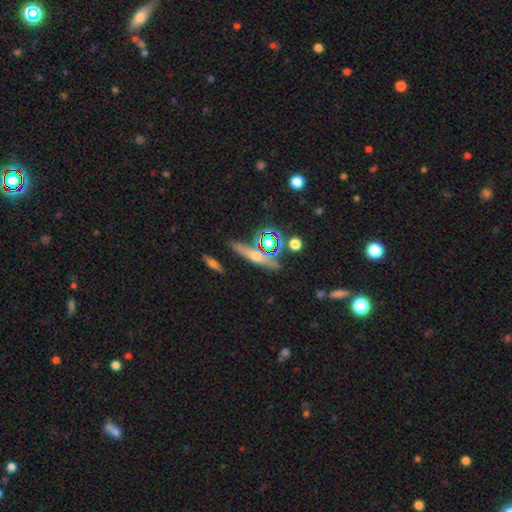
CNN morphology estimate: Overall: featured or disk (37%; smooth 36%). Merging: none (79%).